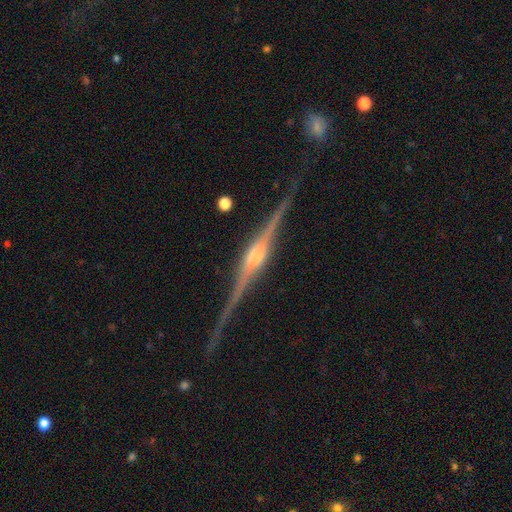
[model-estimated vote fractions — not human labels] Overall: featured or disk (90%). Edge-on disk: yes (98%). Edge-on bulge: rounded (76%). Merging: none (86%).